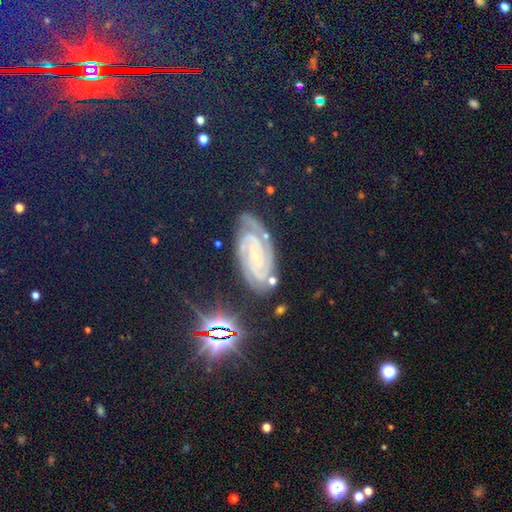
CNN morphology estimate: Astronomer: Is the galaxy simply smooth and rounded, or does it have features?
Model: featured or disk — 49% (runner-up: star or artifact, 36%).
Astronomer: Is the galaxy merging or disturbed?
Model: none — 80%.